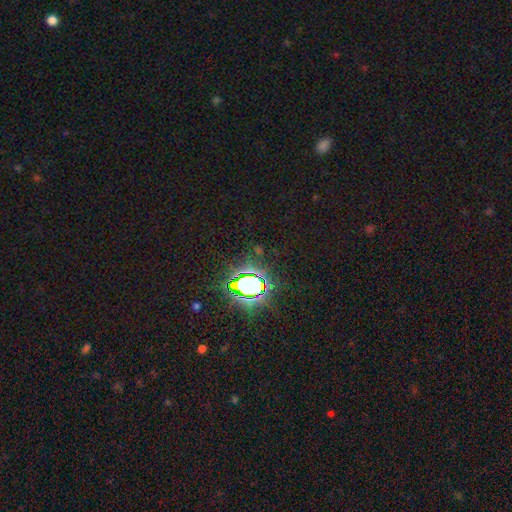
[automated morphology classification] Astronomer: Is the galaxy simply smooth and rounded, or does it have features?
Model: star or artifact — 78%.